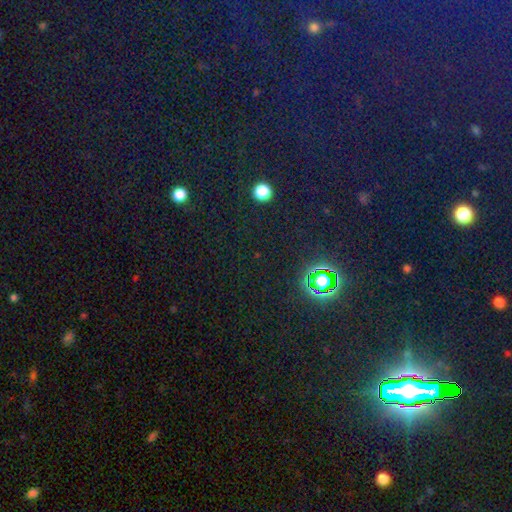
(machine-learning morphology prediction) A star or artifact, not a galaxy (77%).